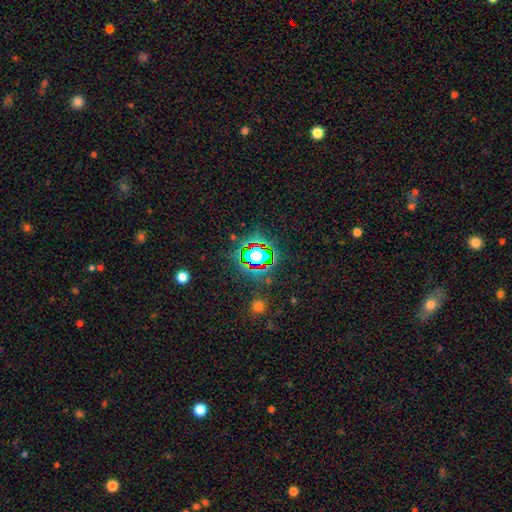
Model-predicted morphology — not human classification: Smooth or featured? Predicted: star or artifact (p=0.69).